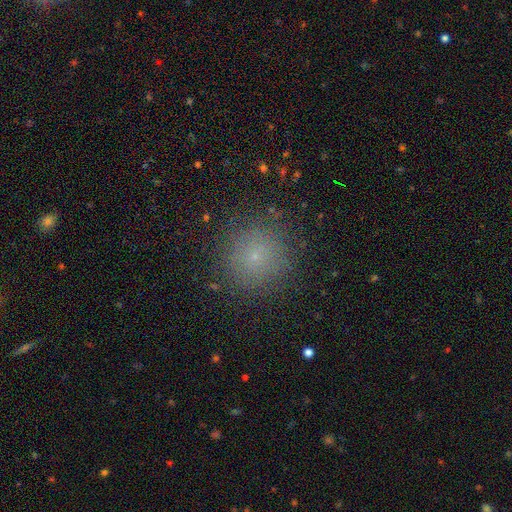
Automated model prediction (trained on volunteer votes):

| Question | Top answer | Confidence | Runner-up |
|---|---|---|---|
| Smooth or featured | smooth | 72% | star or artifact (19%) |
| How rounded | round | 94% | in between (5%) |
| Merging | none | 88% | minor disturbance (8%) |